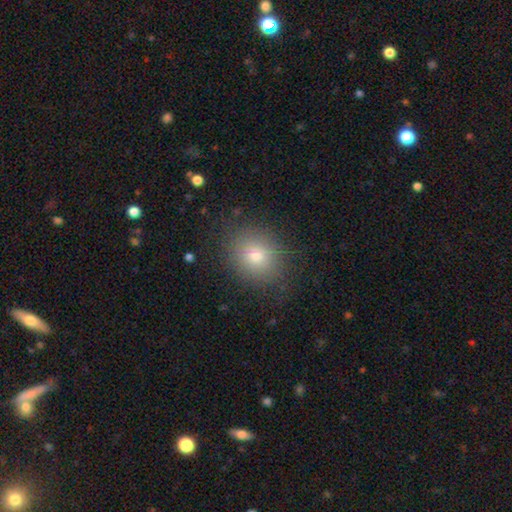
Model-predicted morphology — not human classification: smooth_or_featured: smooth (p=0.78) [alt: star or artifact p=0.12]
how_rounded: round (p=0.66) [alt: in between p=0.33]
merging: none (p=0.84) [alt: minor disturbance p=0.11]